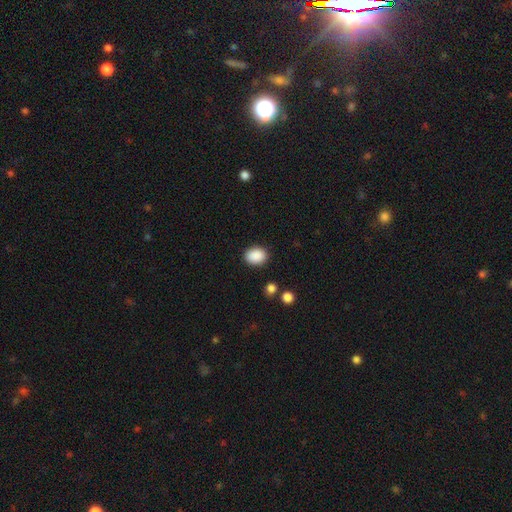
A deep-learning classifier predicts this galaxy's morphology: smooth 89%, star or artifact 8%, featured or disk 3%. Down the decision tree: how rounded — in between (67%); merging — none (87%).